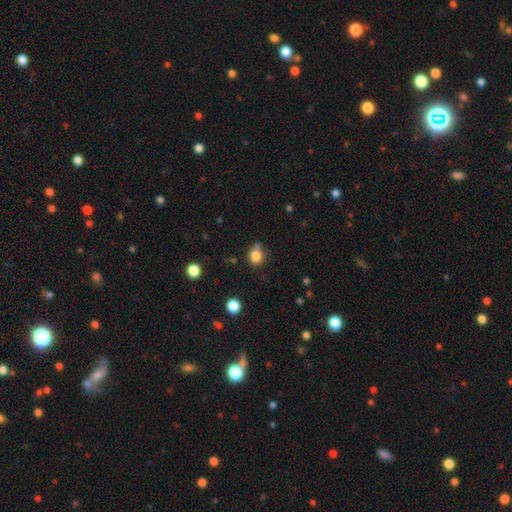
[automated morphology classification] smooth 83%, star or artifact 12%, featured or disk 5%. Down the decision tree: how rounded — round (71%); merging — none (64%).